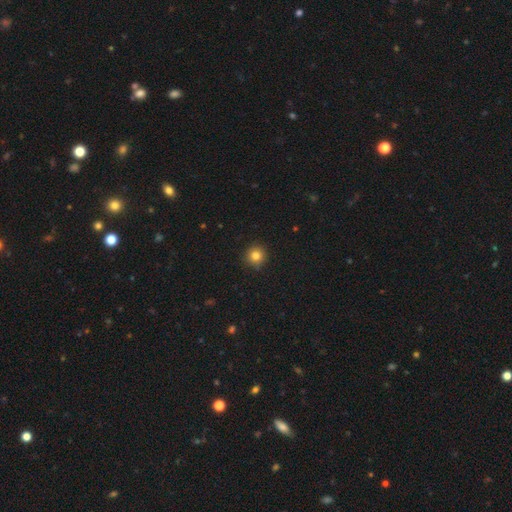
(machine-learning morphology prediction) smooth-or-featured: smooth: 82% | star or artifact: 12% | featured or disk: 6%
  how-rounded: round: 95% | in between: 4% | cigar-shaped: 1%
  merging: none: 91% | minor disturbance: 7% | major disturbance: 2% | merger: 1%